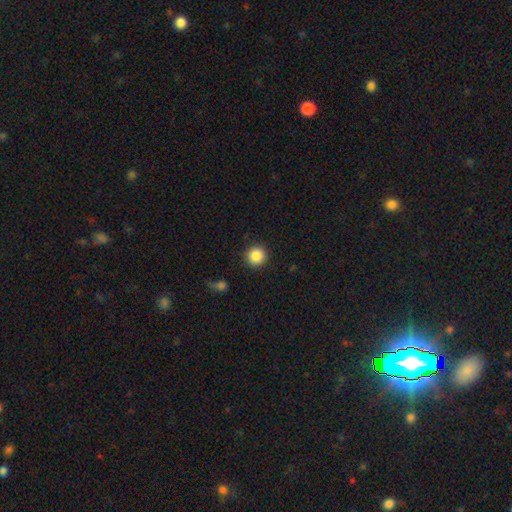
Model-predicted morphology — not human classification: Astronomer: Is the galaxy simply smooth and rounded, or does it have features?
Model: smooth — 87%.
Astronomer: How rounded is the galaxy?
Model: round — 95%.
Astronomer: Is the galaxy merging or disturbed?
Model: none — 90%.